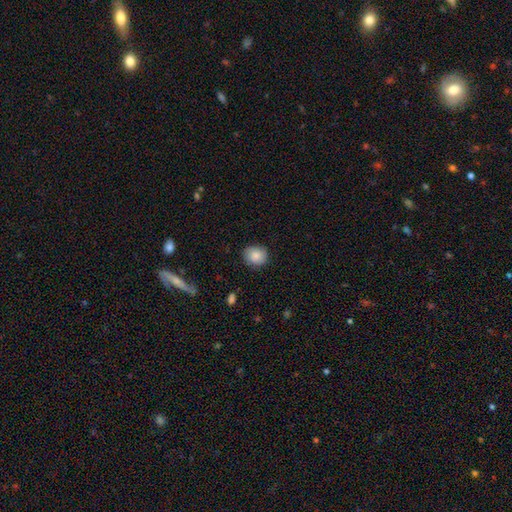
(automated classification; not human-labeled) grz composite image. It shows a smooth galaxy with no disk features (82%) that is round (77%). Merging: none (83%).